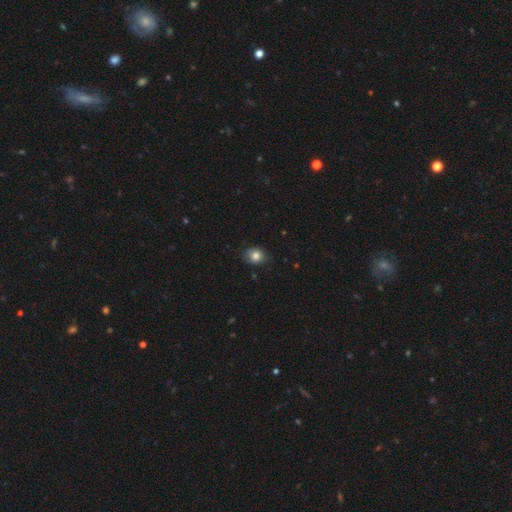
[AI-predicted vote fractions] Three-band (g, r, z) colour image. It shows a smooth galaxy with no disk features (82%) that is round (60%). Merging: none (79%).